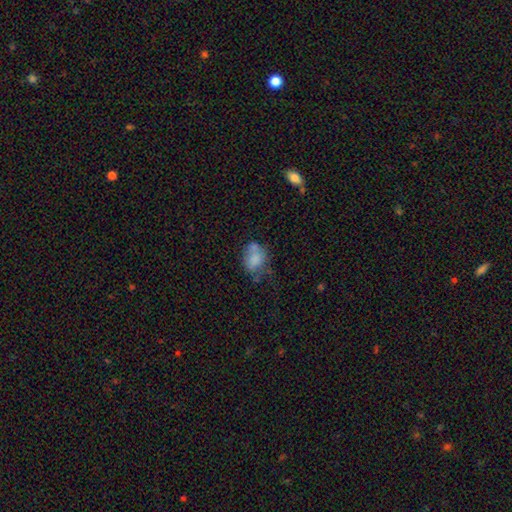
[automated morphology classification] This appears to be a smooth galaxy with no disk features (71%) that is in between round and cigar-shaped (69%). Merging: none (39%).